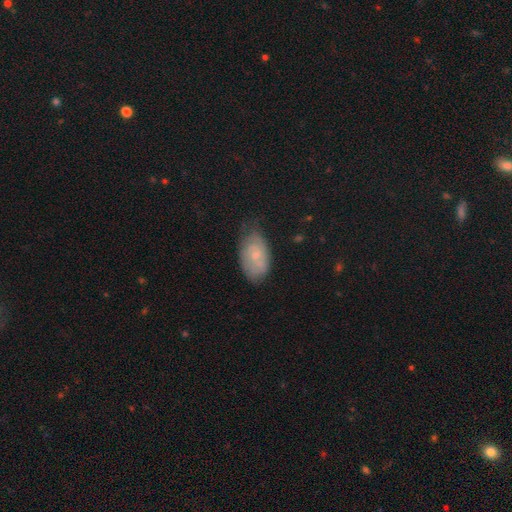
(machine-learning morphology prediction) The model was most divided on "smooth or featured": smooth: 51%, featured or disk: 41%, star or artifact: 7%. More confident: how rounded — in between (91%); merging — none (60%).